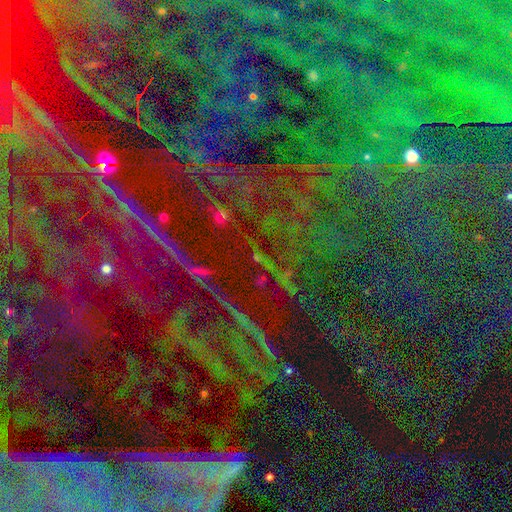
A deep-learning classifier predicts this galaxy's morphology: Smooth or featured? star or artifact (85%)